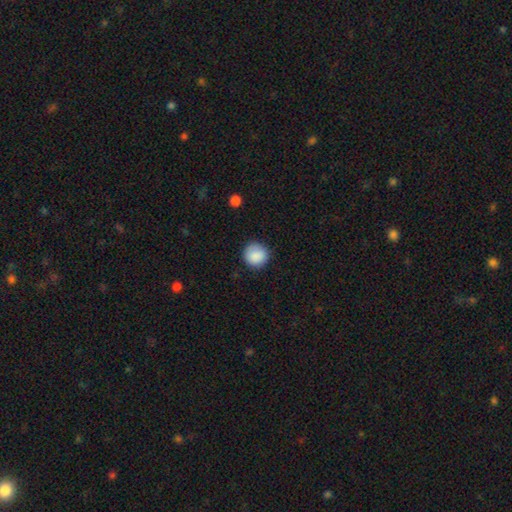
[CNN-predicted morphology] Overall: smooth (88%). How rounded: round (93%). Merging: none (84%).